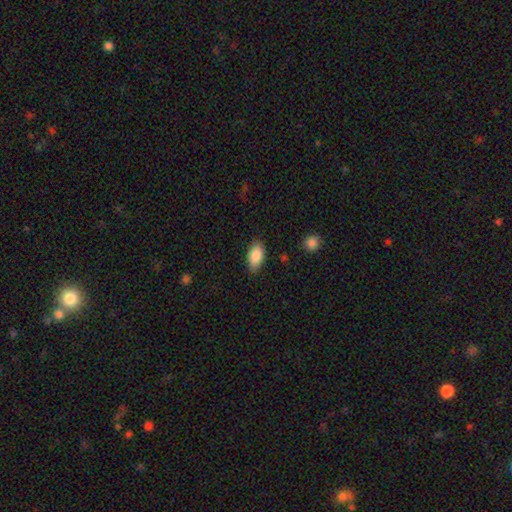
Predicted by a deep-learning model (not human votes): smooth_or_featured: smooth (p=0.87) [alt: star or artifact p=0.07]
how_rounded: in between (p=0.93) [alt: cigar-shaped p=0.04]
merging: none (p=0.84) [alt: minor disturbance p=0.12]